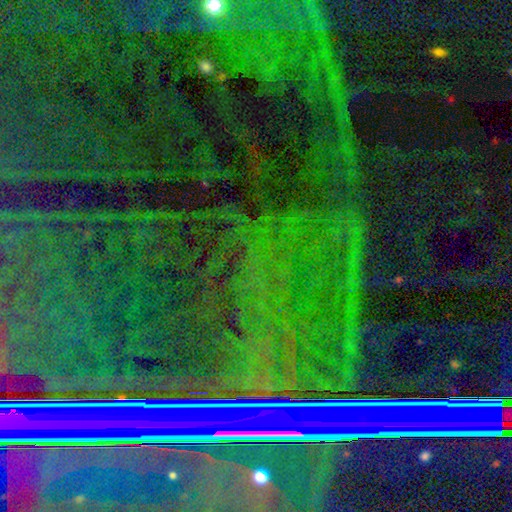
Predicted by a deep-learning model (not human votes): smooth-or-featured: star or artifact: 85% | featured or disk: 9% | smooth: 6%